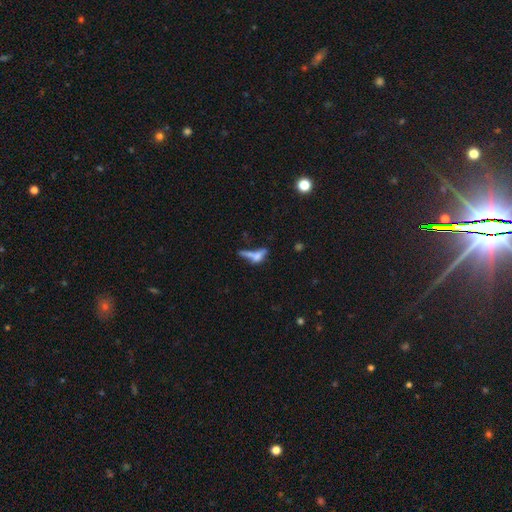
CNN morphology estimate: smooth-or-featured: smooth: 50% | featured or disk: 35% | star or artifact: 15%
  how-rounded: cigar-shaped: 53% | in between: 38% | round: 9%
  merging: merger: 40% | none: 29% | major disturbance: 19% | minor disturbance: 13%